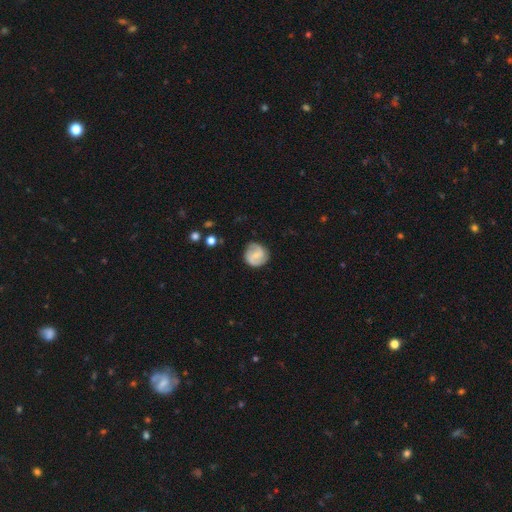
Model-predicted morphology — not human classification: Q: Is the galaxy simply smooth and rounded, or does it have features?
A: featured or disk — 54%.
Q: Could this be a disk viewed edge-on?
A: no — 98%.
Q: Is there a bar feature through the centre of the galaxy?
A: weak — 51%.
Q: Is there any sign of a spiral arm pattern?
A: yes — 86%.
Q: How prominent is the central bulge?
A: small — 52%.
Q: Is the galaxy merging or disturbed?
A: none — 78%.